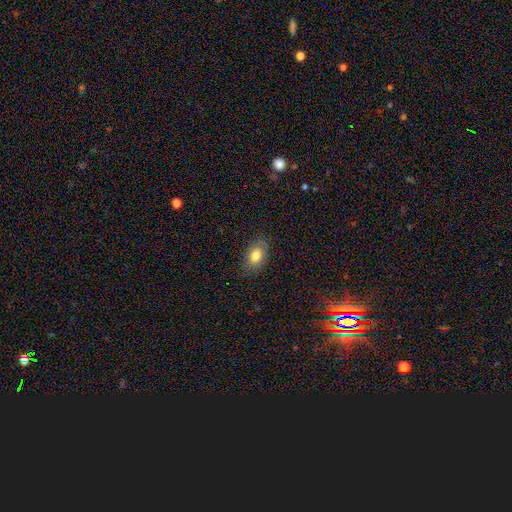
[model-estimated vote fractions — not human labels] Smooth or featured? smooth (80%)
How rounded? in between (88%)
Merging? none (83%)